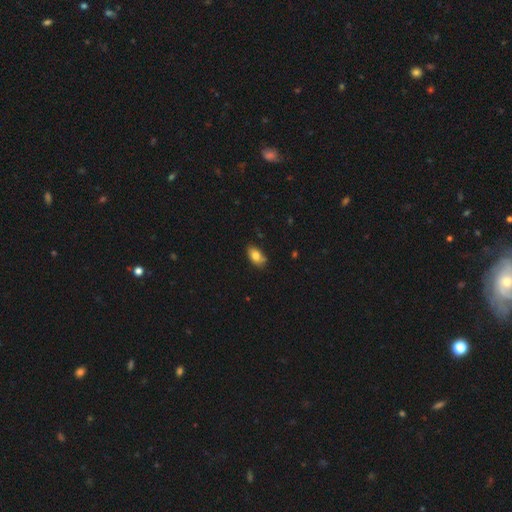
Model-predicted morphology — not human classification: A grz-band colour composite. It shows a smooth galaxy with no disk features (80%) that is in between round and cigar-shaped (91%). Merging: none (74%).